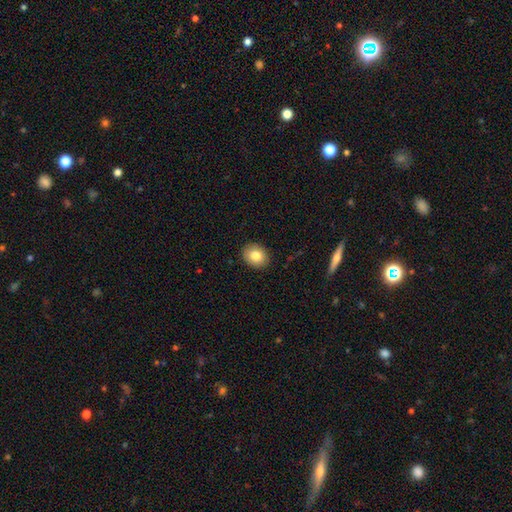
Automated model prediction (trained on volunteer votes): Smooth or featured? smooth (82%)
How rounded? round (52%)
Merging? none (90%)